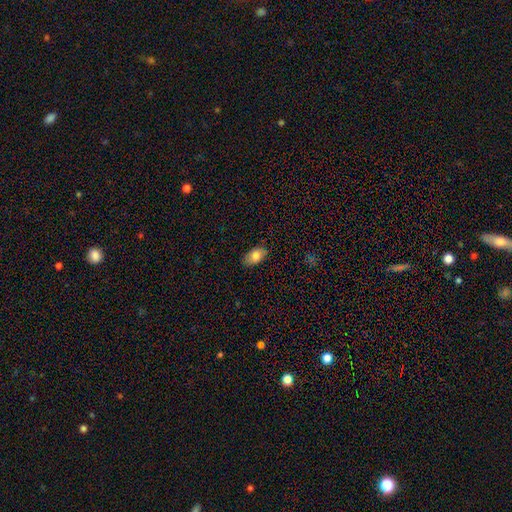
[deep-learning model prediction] Q: Smooth or featured?
A: smooth (81%); runner-up: featured or disk (12%)
Q: How rounded?
A: in between (91%); runner-up: round (7%)
Q: Merging?
A: none (82%); runner-up: minor disturbance (14%)